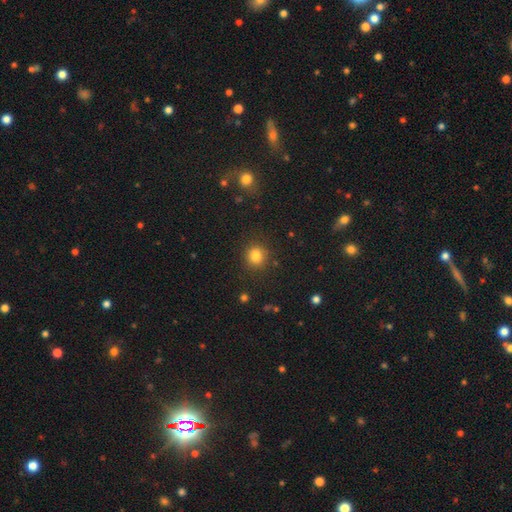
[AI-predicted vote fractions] A smooth galaxy with no disk features (82%) that is round (89%). Merging: none (88%).